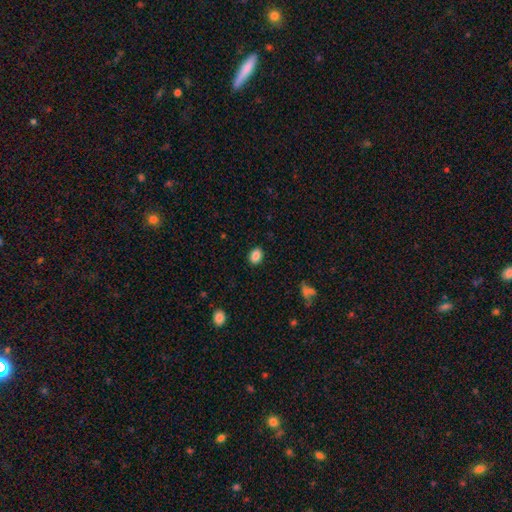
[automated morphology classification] Smooth or featured: smooth — 87% (star or artifact — 9%)
How rounded: in between — 70% (round — 29%)
Merging: none — 88% (minor disturbance — 8%)